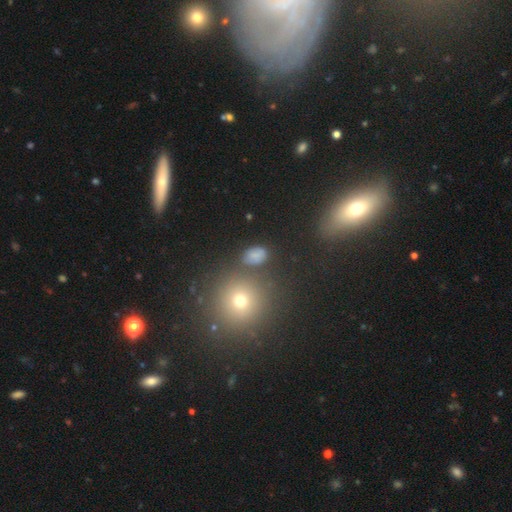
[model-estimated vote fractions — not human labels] smooth 66%, star or artifact 22%, featured or disk 12%. Down the decision tree: how rounded — in between (68%); merging — none (69%).